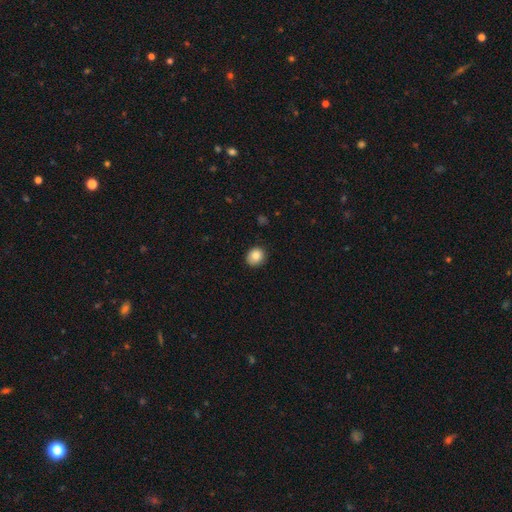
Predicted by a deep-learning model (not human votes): Smooth or featured? smooth (85%)
How rounded? round (72%)
Merging? none (86%)